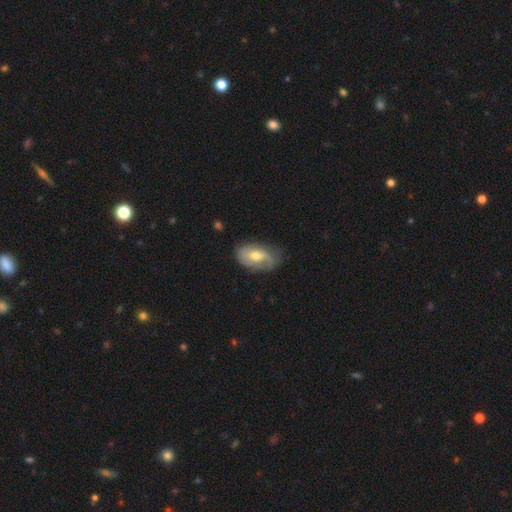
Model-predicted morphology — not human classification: Q: Smooth or featured?
A: featured or disk (53%); runner-up: smooth (41%)
Q: Edge-on disk?
A: no (93%); runner-up: yes (7%)
Q: Merging?
A: none (61%); runner-up: minor disturbance (28%)